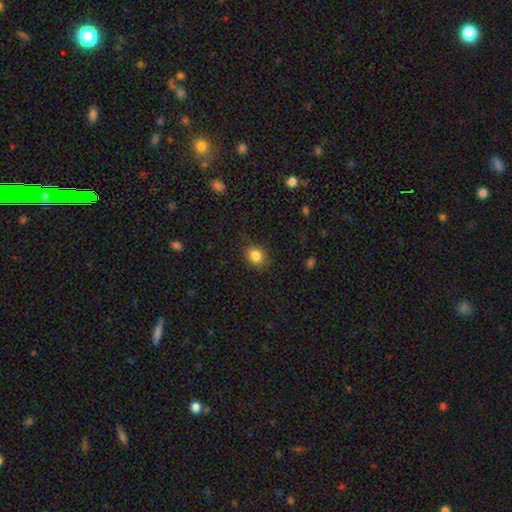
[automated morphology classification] A smooth galaxy with no disk features (84%) that is round (60%).

Vote fractions:
- Smooth or featured? smooth: 84% / star or artifact: 11% / featured or disk: 5%
- How rounded? round: 60% / in between: 39% / cigar-shaped: 1%
- Merging? none: 81% / minor disturbance: 14% / major disturbance: 4% / merger: 1%